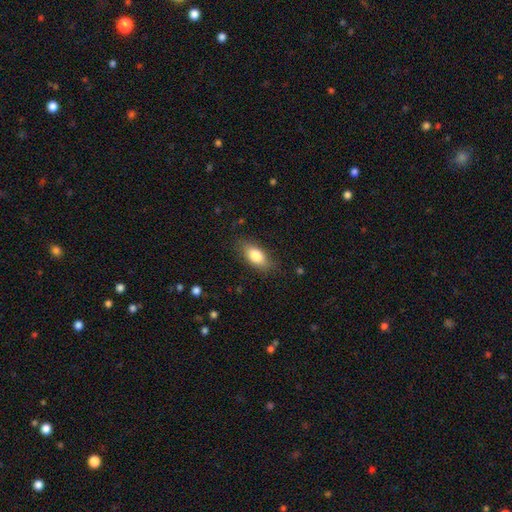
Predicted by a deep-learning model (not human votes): A smooth galaxy with no disk features (80%) that is in between round and cigar-shaped (85%).

Vote fractions:
- Smooth or featured? smooth: 80% / featured or disk: 13% / star or artifact: 7%
- How rounded? in between: 85% / cigar-shaped: 9% / round: 6%
- Merging? none: 81% / minor disturbance: 14% / major disturbance: 4% / merger: 1%